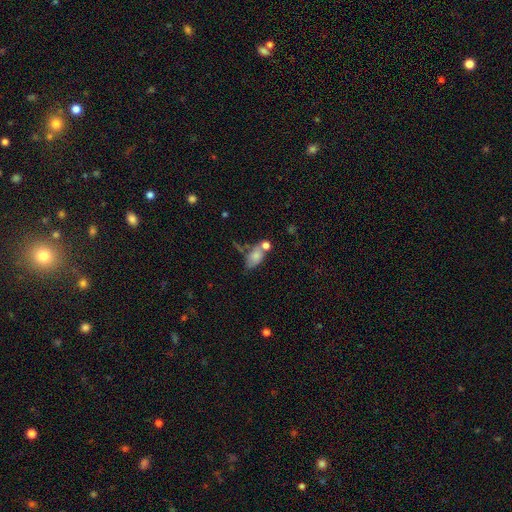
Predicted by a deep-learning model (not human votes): Smooth or featured?
  - smooth: 72% *
  - featured or disk: 18%
  - star or artifact: 9%
How rounded?
  - in between: 84% *
  - round: 12%
  - cigar-shaped: 4%
Merging?
  - merger: 37% *
  - none: 33%
  - minor disturbance: 18%
  - major disturbance: 12%